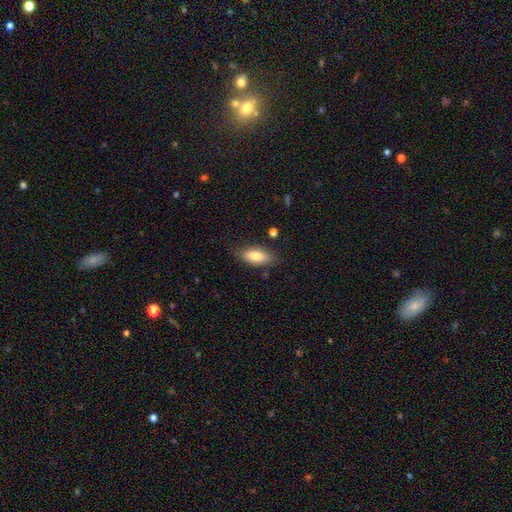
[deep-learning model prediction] smooth-or-featured: smooth: 77% | featured or disk: 16% | star or artifact: 7%
  how-rounded: in between: 83% | cigar-shaped: 14% | round: 3%
  merging: none: 78% | minor disturbance: 16% | major disturbance: 3% | merger: 2%